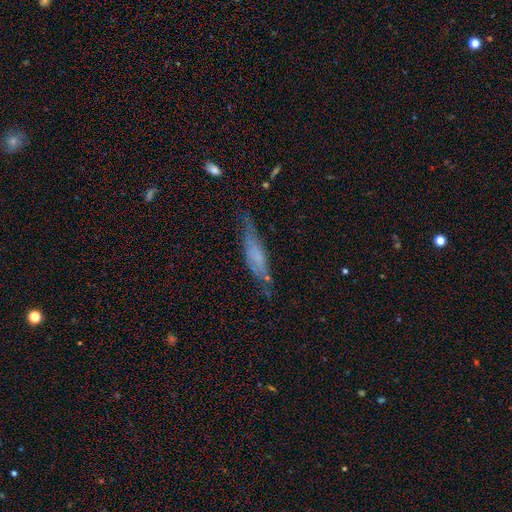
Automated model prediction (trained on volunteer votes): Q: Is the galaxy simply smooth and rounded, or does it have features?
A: featured or disk — 48%.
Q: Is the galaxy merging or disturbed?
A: none — 55%.